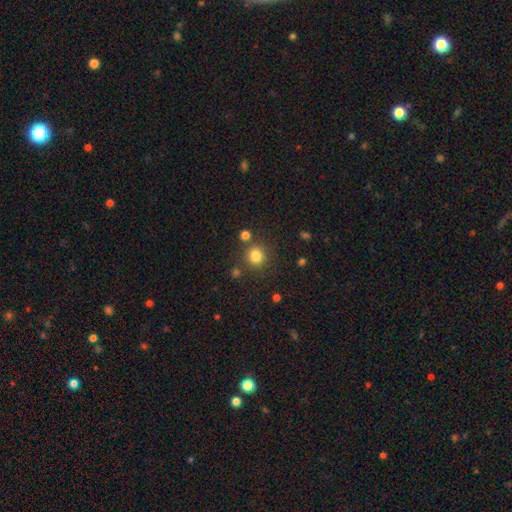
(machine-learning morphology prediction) Smooth or featured? Predicted: smooth (p=0.81). How rounded? Predicted: round (p=0.92). Merging? Predicted: none (p=0.82).